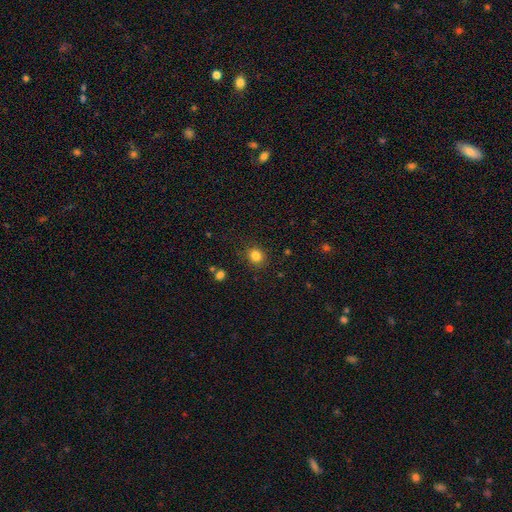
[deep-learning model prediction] smooth-or-featured: smooth: 83% | star or artifact: 12% | featured or disk: 5%
  how-rounded: round: 79% | in between: 20% | cigar-shaped: 1%
  merging: none: 87% | minor disturbance: 9% | major disturbance: 3% | merger: 2%